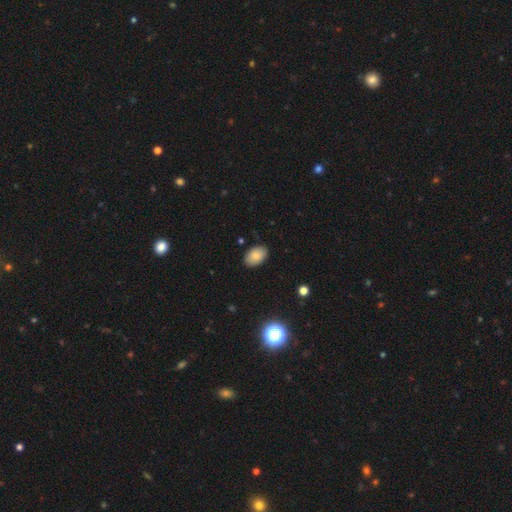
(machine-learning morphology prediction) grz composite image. It shows a smooth galaxy with no disk features (83%) that is in between round and cigar-shaped (90%). Merging: none (87%).